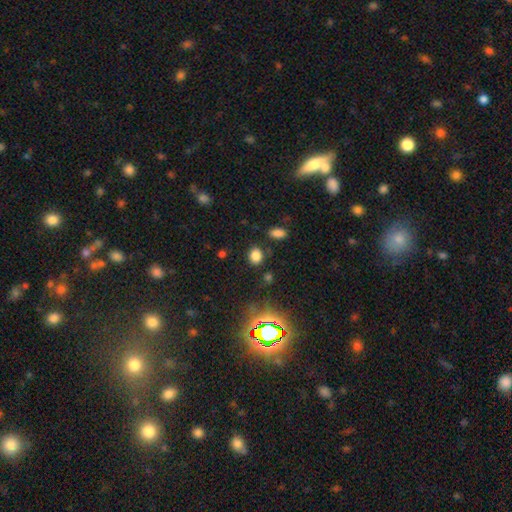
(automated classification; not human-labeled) This appears to be a smooth galaxy with no disk features (77%) that is in between round and cigar-shaped (52%). Merging: none (82%).